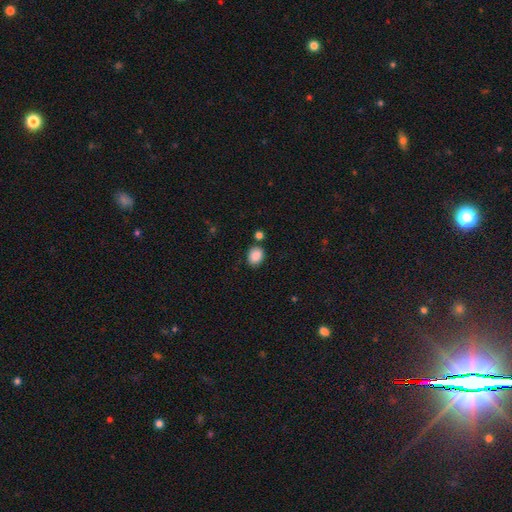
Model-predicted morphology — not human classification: Smooth or featured? Predicted: smooth (p=0.88). How rounded? Predicted: in between (p=0.61). Merging? Predicted: none (p=0.74).